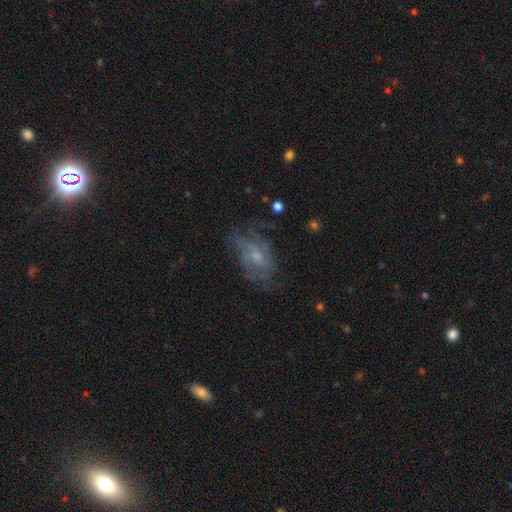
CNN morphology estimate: This appears to be a featured or disk galaxy (59%) with no bar (67%), spiral arms (58%) and a small central bulge (51%). Merging: none (53%).